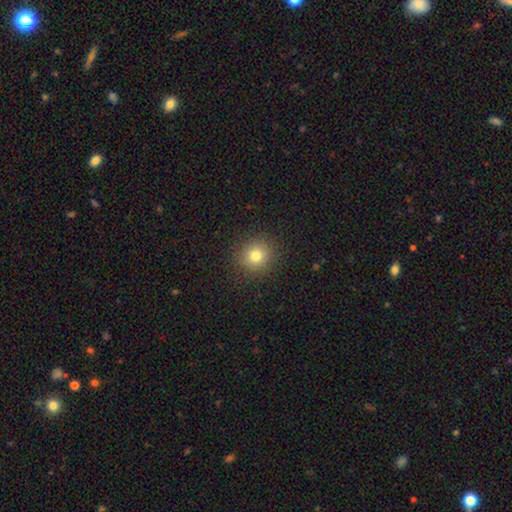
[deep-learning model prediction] Smooth or featured: smooth — 79% (star or artifact — 13%)
How rounded: round — 88% (in between — 11%)
Merging: none — 89% (minor disturbance — 7%)